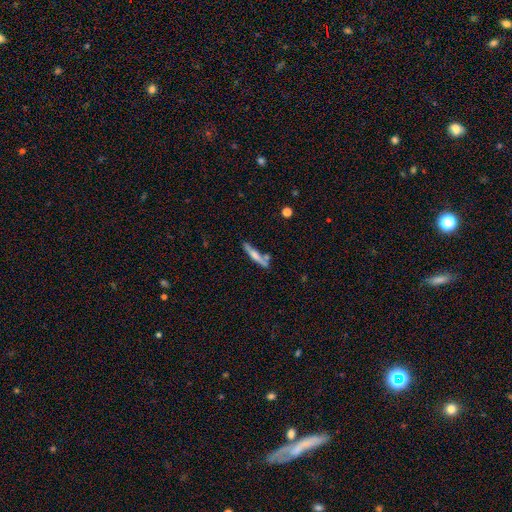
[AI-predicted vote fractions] Smooth or featured: featured or disk — 47% (smooth — 46%)
Merging: none — 69% (minor disturbance — 14%)